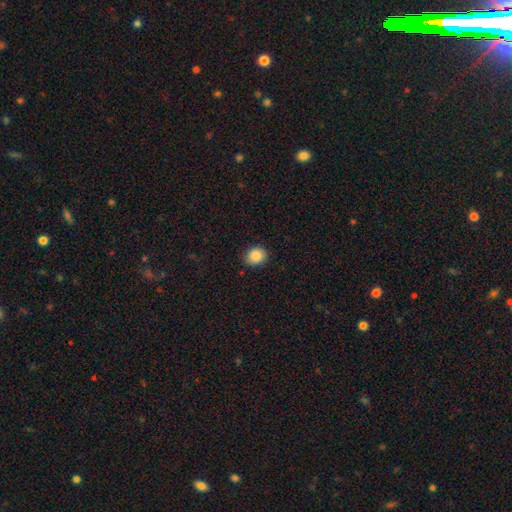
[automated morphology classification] Smooth or featured? smooth (88%)
How rounded? round (68%)
Merging? none (88%)